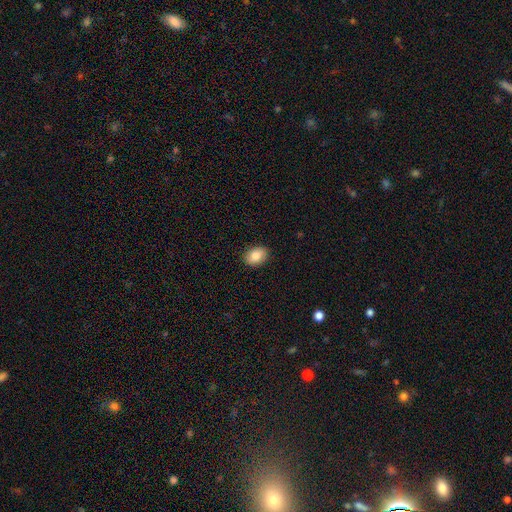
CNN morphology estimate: Q: Smooth or featured?
A: smooth (84%); runner-up: featured or disk (8%)
Q: How rounded?
A: in between (70%); runner-up: round (29%)
Q: Merging?
A: none (89%); runner-up: minor disturbance (8%)